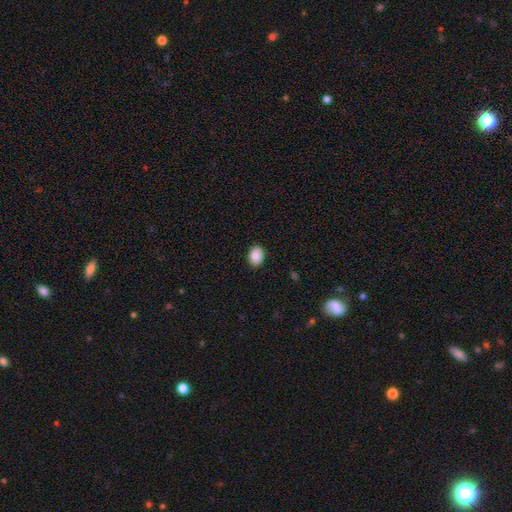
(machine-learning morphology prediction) This appears to be a smooth galaxy with no disk features (88%) that is in between round and cigar-shaped (72%). Merging: none (88%).